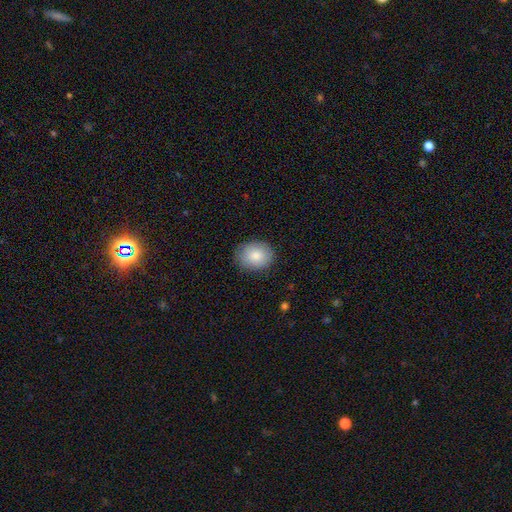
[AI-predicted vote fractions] Q: Smooth or featured?
A: smooth (83%); runner-up: featured or disk (9%)
Q: How rounded?
A: round (51%); runner-up: in between (48%)
Q: Merging?
A: none (85%); runner-up: minor disturbance (12%)